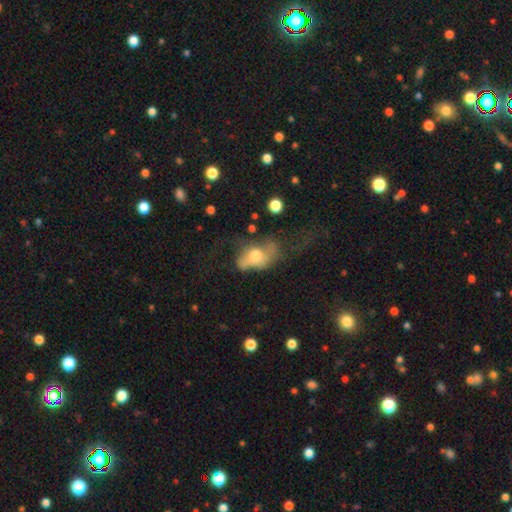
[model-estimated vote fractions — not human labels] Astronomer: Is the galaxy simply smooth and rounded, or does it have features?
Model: smooth — 49% (runner-up: featured or disk, 41%).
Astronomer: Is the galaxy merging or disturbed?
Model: major disturbance — 46% (runner-up: none, 25%).